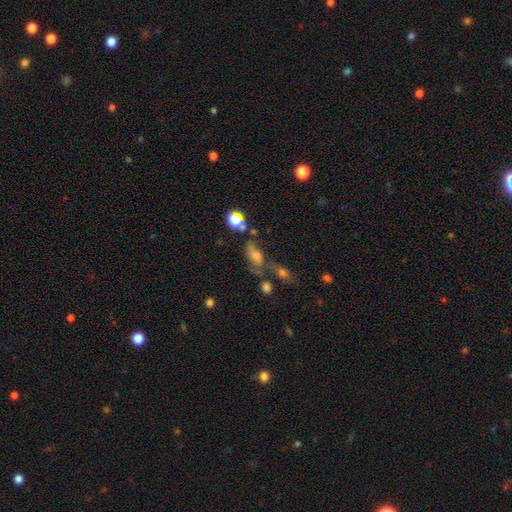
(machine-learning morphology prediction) A smooth galaxy with no disk features (40%). Merging: none (39%).